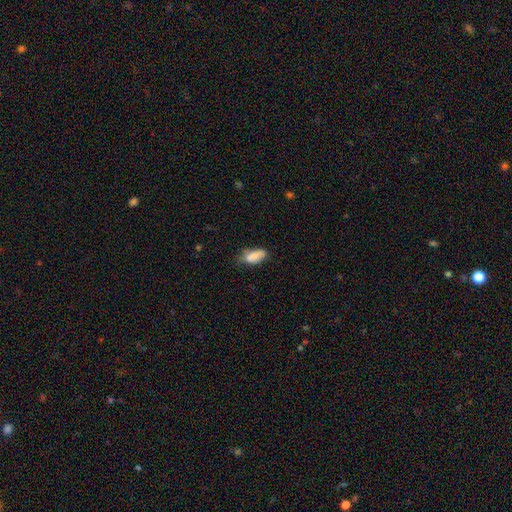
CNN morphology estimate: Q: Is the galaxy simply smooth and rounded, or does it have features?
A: smooth — 82%.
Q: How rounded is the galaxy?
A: in between — 85%.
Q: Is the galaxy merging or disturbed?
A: none — 50%.